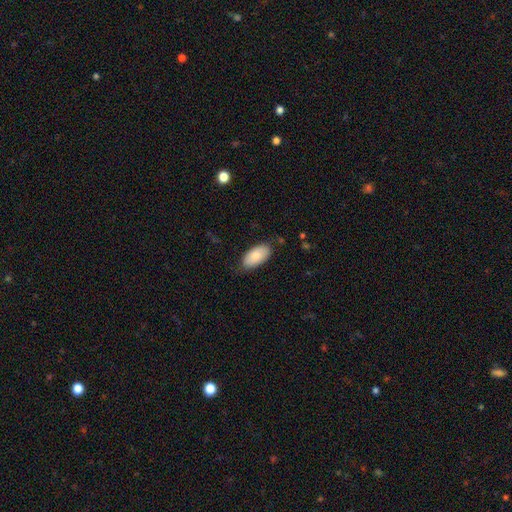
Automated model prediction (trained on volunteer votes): This appears to be a smooth galaxy with no disk features (83%) that is in between round and cigar-shaped (94%). Merging: none (78%).